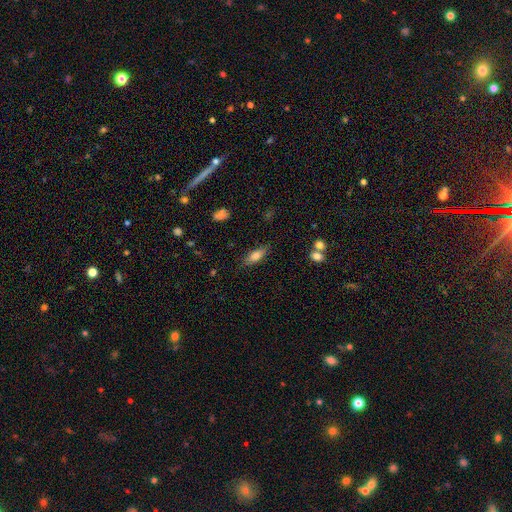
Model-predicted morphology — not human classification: A smooth galaxy with no disk features (77%) that is in between round and cigar-shaped (67%). Merging: none (80%).